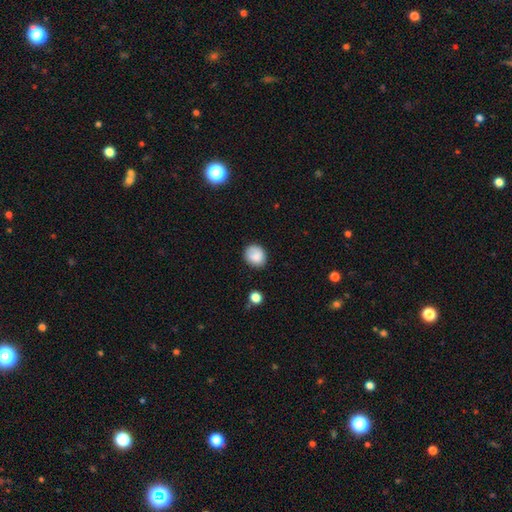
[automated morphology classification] smooth-or-featured: smooth: 84% | star or artifact: 9% | featured or disk: 8%
  how-rounded: round: 71% | in between: 28% | cigar-shaped: 1%
  merging: none: 75% | minor disturbance: 18% | major disturbance: 4% | merger: 3%